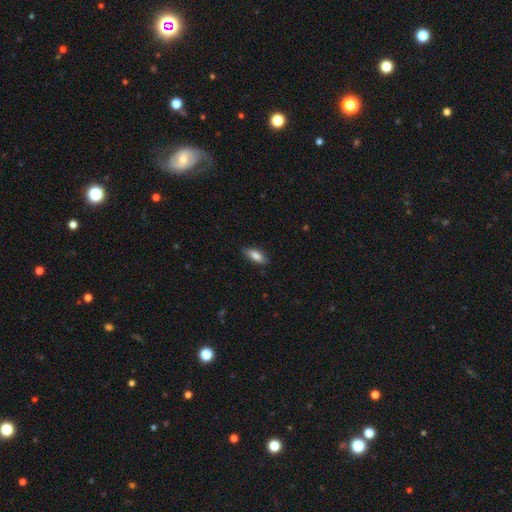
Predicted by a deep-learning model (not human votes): This appears to be a smooth galaxy with no disk features (81%) that is in between round and cigar-shaped (72%). Merging: none (85%).